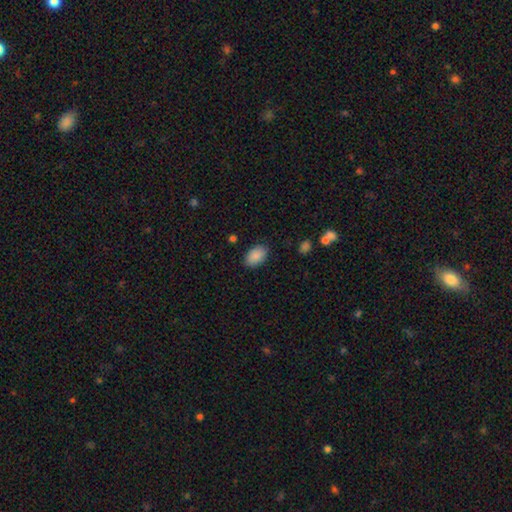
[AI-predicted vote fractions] Overall: smooth (88%). How rounded: in between (89%). Merging: none (85%).